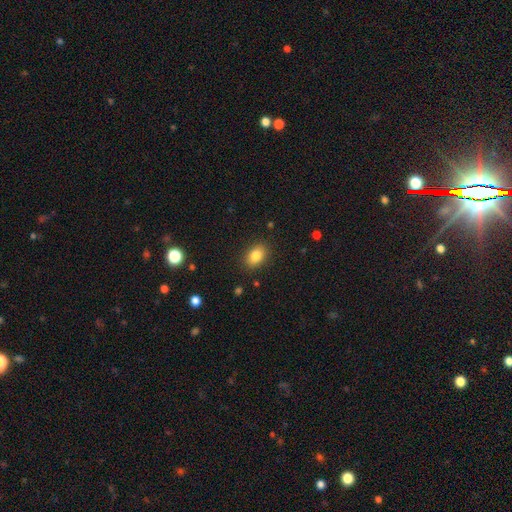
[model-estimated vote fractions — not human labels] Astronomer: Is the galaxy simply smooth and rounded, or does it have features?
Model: smooth — 83%.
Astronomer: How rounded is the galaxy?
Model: in between — 81%.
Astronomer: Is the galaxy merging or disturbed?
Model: none — 87%.